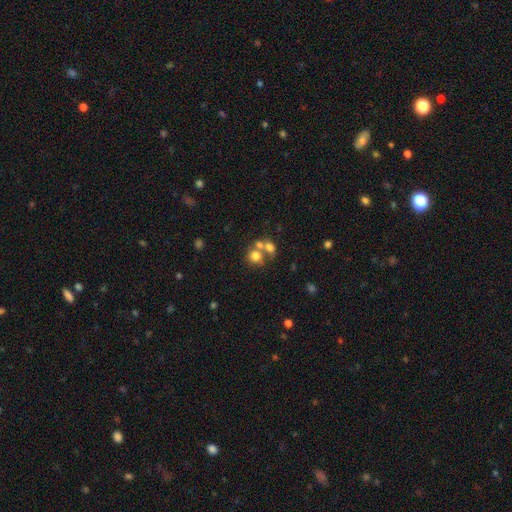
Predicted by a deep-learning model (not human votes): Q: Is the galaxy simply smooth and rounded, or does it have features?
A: smooth — 70%.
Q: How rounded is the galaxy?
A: round — 76%.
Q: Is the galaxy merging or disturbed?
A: merger — 51%.